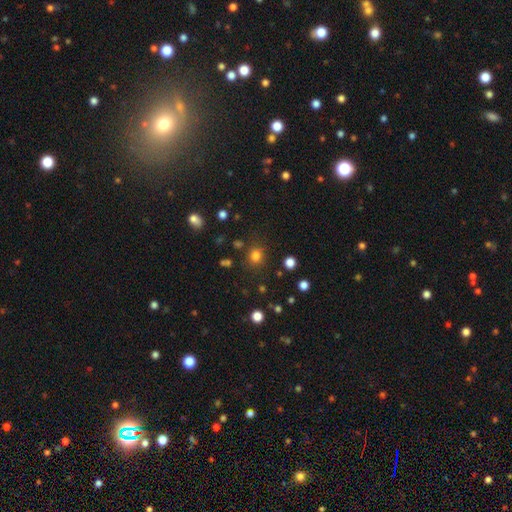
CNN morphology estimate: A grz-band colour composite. It shows a smooth galaxy with no disk features (79%) that is round (82%). Merging: none (82%).